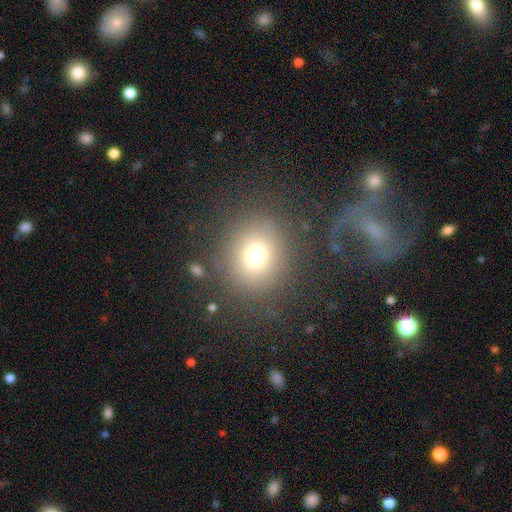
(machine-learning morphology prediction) This is likely a smooth galaxy (72%). How rounded: clearly round (83%). Merging: clearly none (81%).